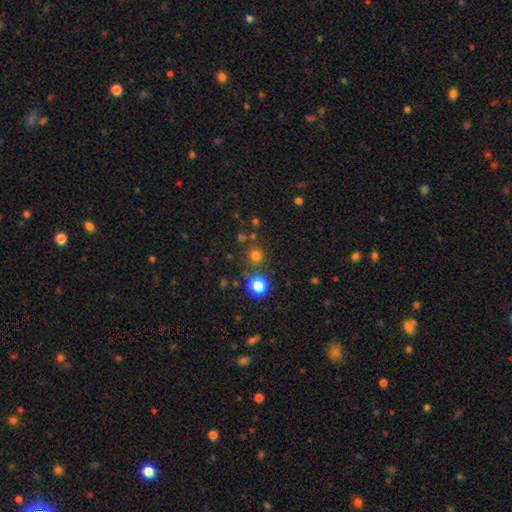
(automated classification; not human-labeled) A smooth galaxy with no disk features (73%) that is round (92%).

Vote fractions:
- Smooth or featured? smooth: 73% / star or artifact: 21% / featured or disk: 5%
- How rounded? round: 92% / in between: 7% / cigar-shaped: 1%
- Merging? none: 79% / merger: 10% / minor disturbance: 8% / major disturbance: 4%